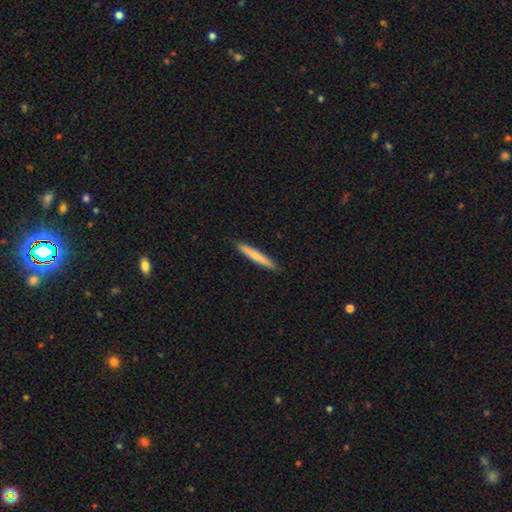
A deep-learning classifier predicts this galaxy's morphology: smooth-or-featured: smooth: 71% | featured or disk: 24% | star or artifact: 5%
  how-rounded: cigar-shaped: 96% | in between: 3% | round: 1%
  merging: none: 92% | minor disturbance: 6% | major disturbance: 1% | merger: 1%